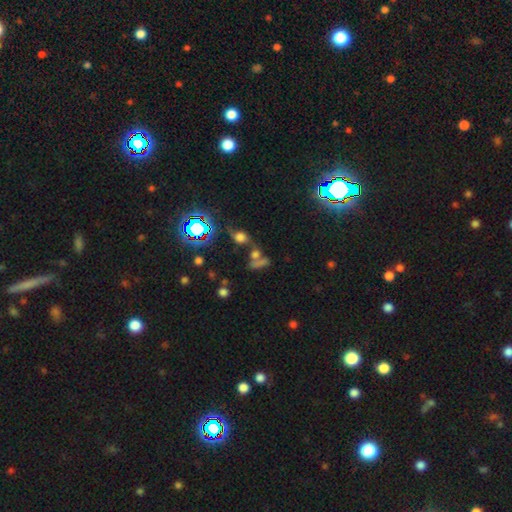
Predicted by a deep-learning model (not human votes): Smooth or featured? Predicted: smooth (p=0.48). Merging? Predicted: merger (p=0.44).